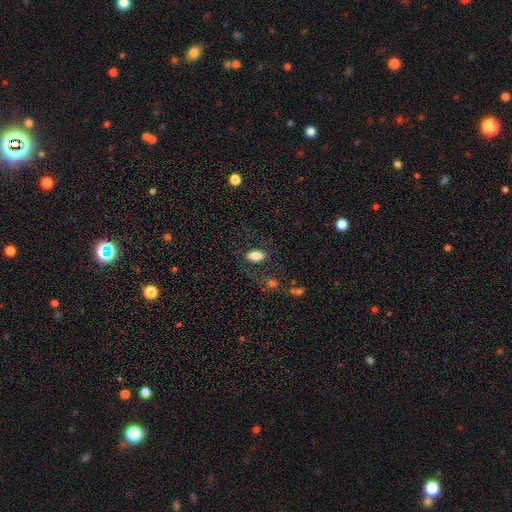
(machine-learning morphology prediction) smooth 81%, featured or disk 10%, star or artifact 9%. Down the decision tree: how rounded — in between (87%); merging — none (76%).